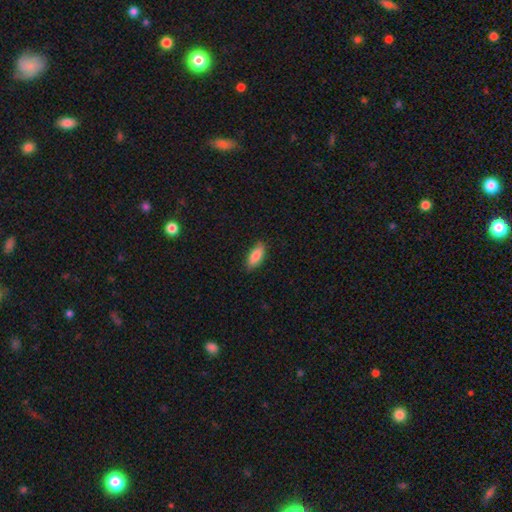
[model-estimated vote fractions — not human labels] A smooth galaxy with no disk features (84%) that is in between round and cigar-shaped (79%). Merging: none (84%).